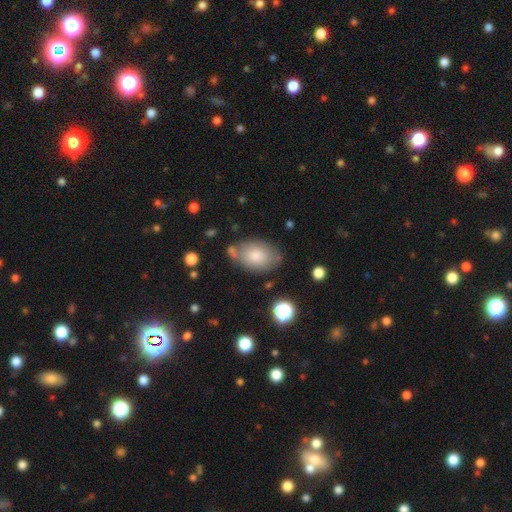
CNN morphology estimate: A smooth galaxy with no disk features (79%) that is in between round and cigar-shaped (86%).

Vote fractions:
- Smooth or featured? smooth: 79% / featured or disk: 14% / star or artifact: 8%
- How rounded? in between: 86% / round: 13% / cigar-shaped: 1%
- Merging? none: 63% / minor disturbance: 21% / merger: 9% / major disturbance: 6%